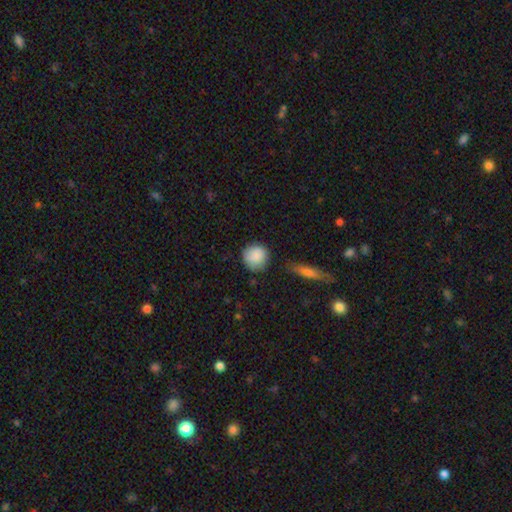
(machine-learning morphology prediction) The model was most divided on "merging": none: 75%, minor disturbance: 18%, major disturbance: 4%, merger: 3%. More confident: how rounded — round (90%); smooth or featured — smooth (86%).